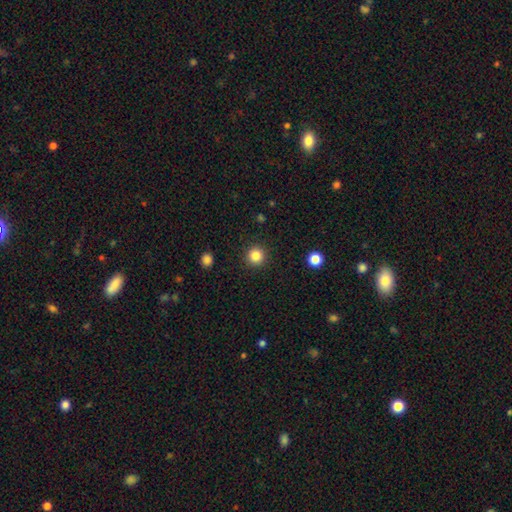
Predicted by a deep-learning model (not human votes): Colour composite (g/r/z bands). It shows a smooth galaxy with no disk features (84%) that is round (95%). Merging: none (92%).